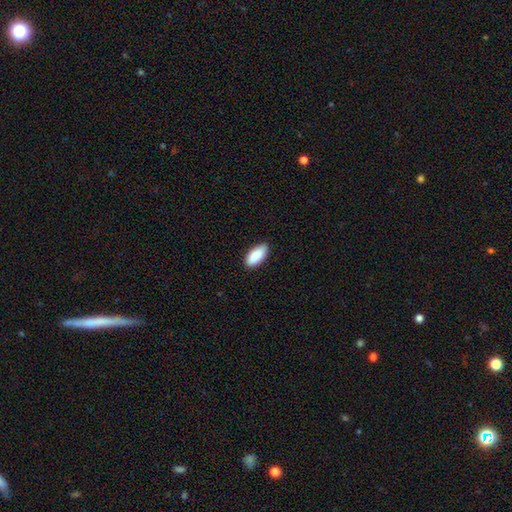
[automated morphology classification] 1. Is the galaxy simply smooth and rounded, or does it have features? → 90% smooth, 6% star or artifact, 5% featured or disk.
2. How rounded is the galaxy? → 91% in between, 7% cigar-shaped, 2% round.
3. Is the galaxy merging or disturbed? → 88% none, 10% minor disturbance, 2% major disturbance, 1% merger.